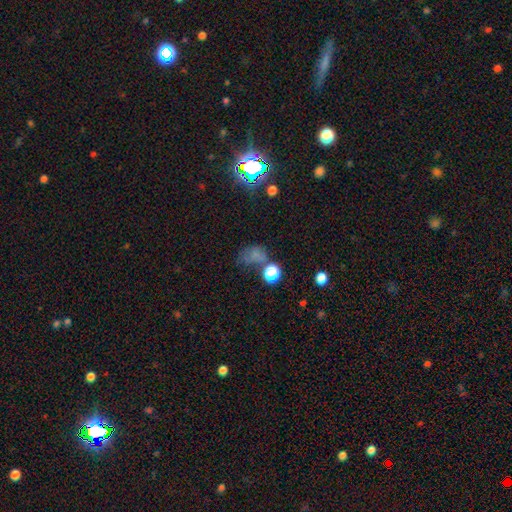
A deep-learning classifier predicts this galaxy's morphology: This is possibly a smooth galaxy (56%). How rounded: likely in between (60%). Merging: marginally none (34%).